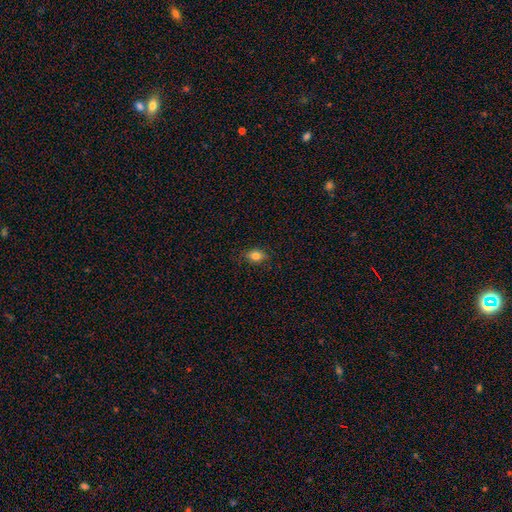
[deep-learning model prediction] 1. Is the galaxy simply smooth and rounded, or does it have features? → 83% smooth, 10% star or artifact, 7% featured or disk.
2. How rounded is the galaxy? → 73% in between, 25% round, 2% cigar-shaped.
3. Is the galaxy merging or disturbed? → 82% none, 14% minor disturbance, 3% major disturbance, 1% merger.